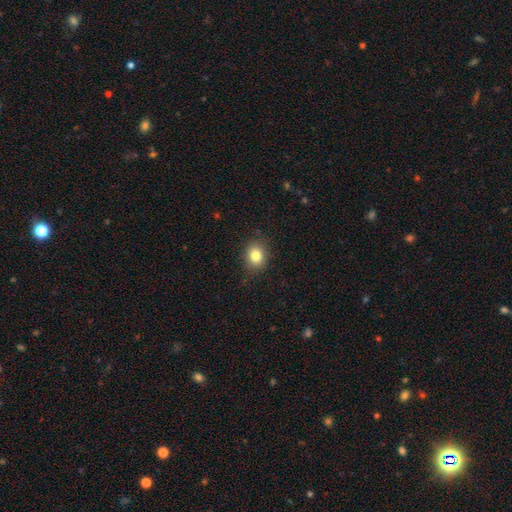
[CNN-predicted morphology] Smooth or featured? Predicted: smooth (p=0.82). How rounded? Predicted: round (p=0.59). Merging? Predicted: none (p=0.86).